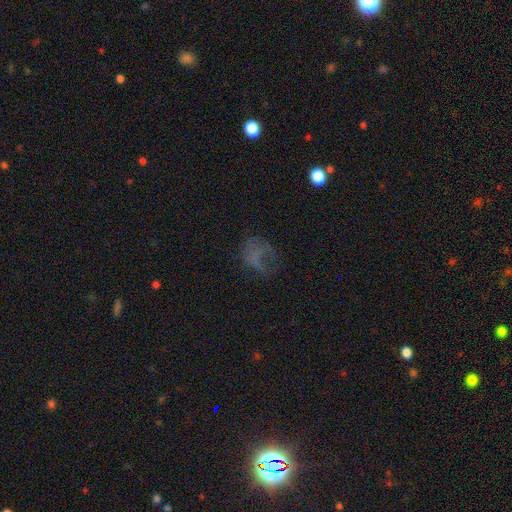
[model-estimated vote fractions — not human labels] smooth 42%, featured or disk 33%, star or artifact 25%. Down the decision tree: merging — none (42%).